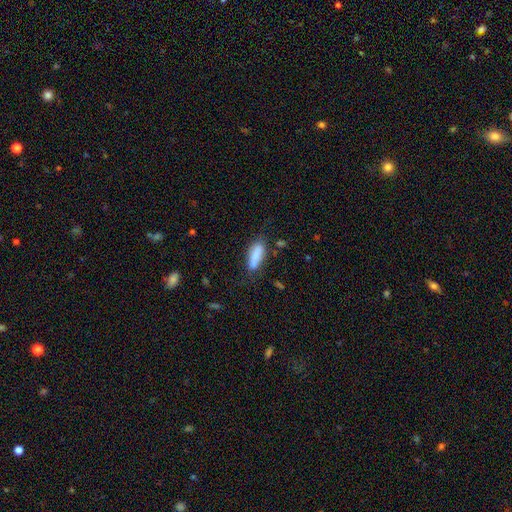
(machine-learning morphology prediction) Smooth or featured? Predicted: smooth (p=0.83). How rounded? Predicted: in between (p=0.54). Merging? Predicted: none (p=0.68).